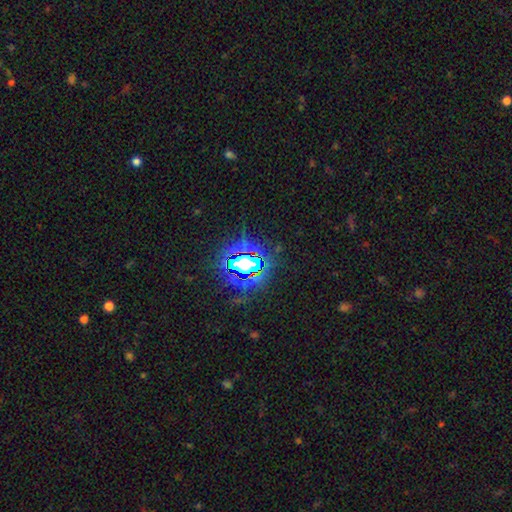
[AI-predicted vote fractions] Smooth or featured?
  - star or artifact: 81% *
  - smooth: 12%
  - featured or disk: 7%